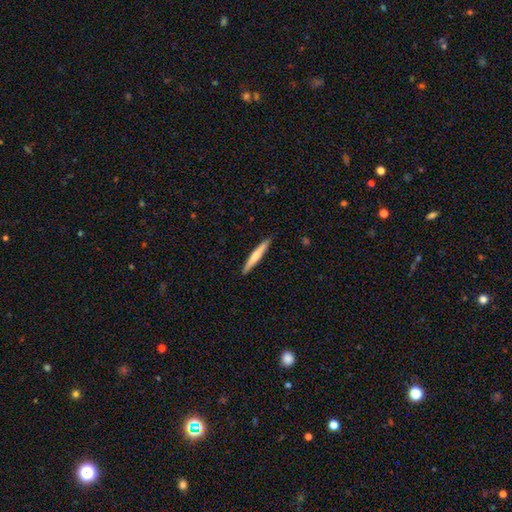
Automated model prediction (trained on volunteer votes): Overall: smooth (58%; featured or disk 37%). How rounded: cigar-shaped (95%). Merging: none (91%).